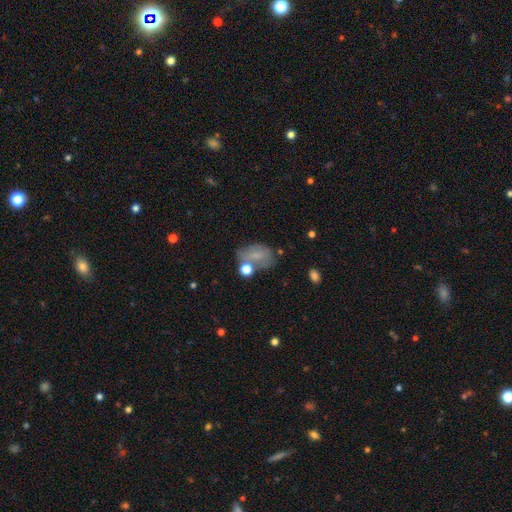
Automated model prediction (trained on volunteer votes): The model was most divided on "merging": none: 49%, minor disturbance: 24%, merger: 14%, major disturbance: 13%. More confident: how rounded — in between (81%); smooth or featured — smooth (62%).